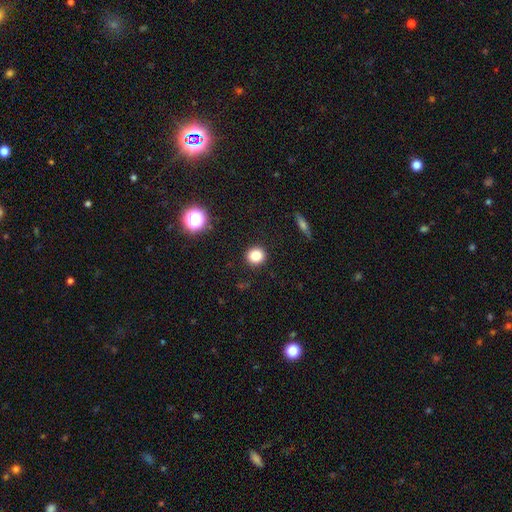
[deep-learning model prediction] Overall: smooth (84%). How rounded: round (87%). Merging: none (91%).